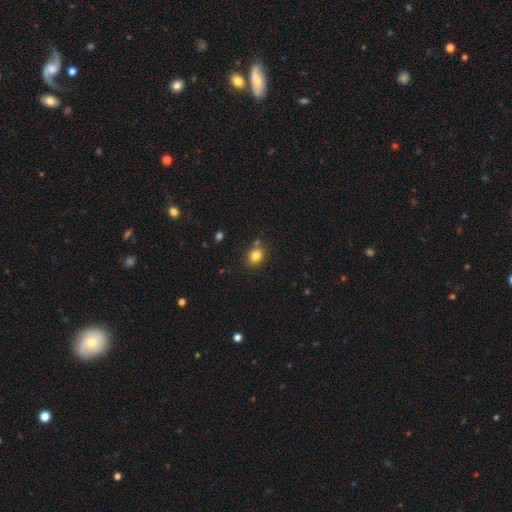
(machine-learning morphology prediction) Smooth or featured? smooth (82%)
How rounded? round (60%)
Merging? none (78%)